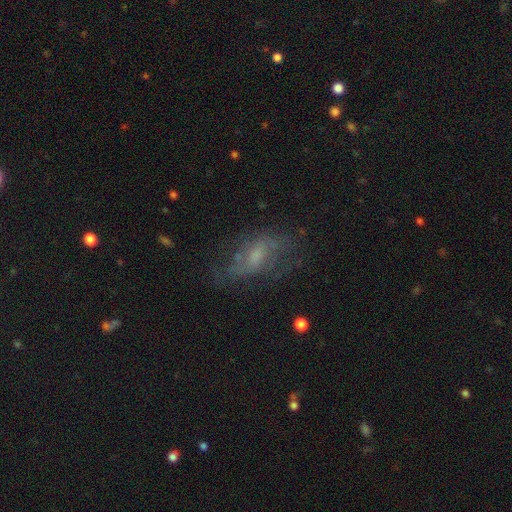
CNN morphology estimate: The model was most divided on "bulge size": small: 36%, moderate: 35%, none: 22%, large: 6%, dominant: 1%. More confident: edge-on disk — no (91%); spiral arms — yes (64%); smooth or featured — featured or disk (55%); merging — none (55%); bar — no (52%).